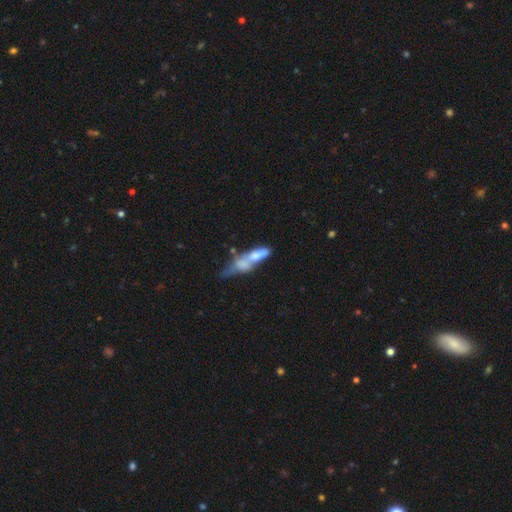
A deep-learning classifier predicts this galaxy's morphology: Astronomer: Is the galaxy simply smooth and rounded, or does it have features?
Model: smooth — 60%.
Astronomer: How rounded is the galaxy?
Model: in between — 53% (runner-up: cigar-shaped, 43%).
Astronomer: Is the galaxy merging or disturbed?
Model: merger — 60%.